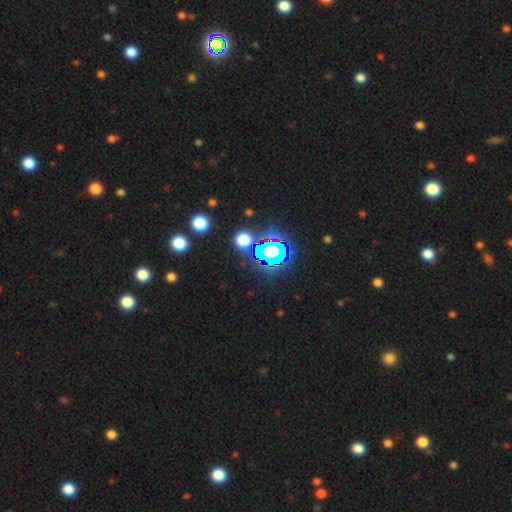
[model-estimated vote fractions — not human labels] smooth_or_featured: star or artifact (p=0.81) [alt: smooth p=0.12]